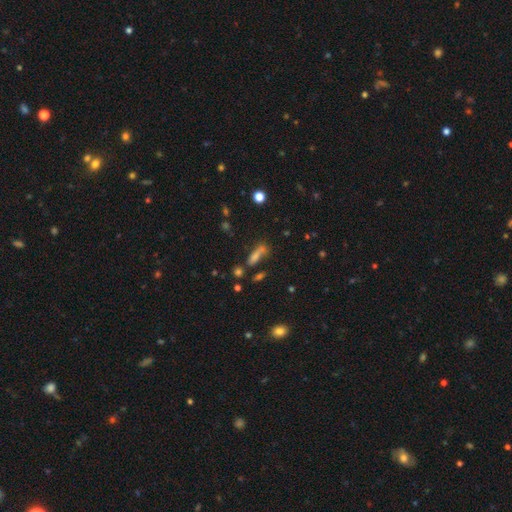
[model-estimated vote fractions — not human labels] This is possibly a smooth galaxy (59%). How rounded: possibly cigar-shaped (59%). Merging: possibly none (53%).